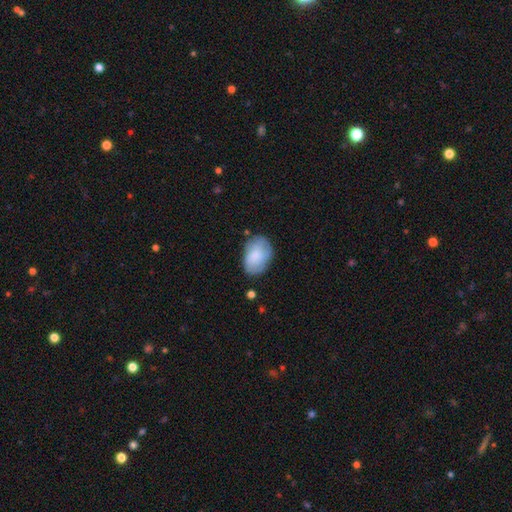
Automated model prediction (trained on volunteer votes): A smooth galaxy with no disk features (78%) that is in between round and cigar-shaped (86%). Merging: none (68%).